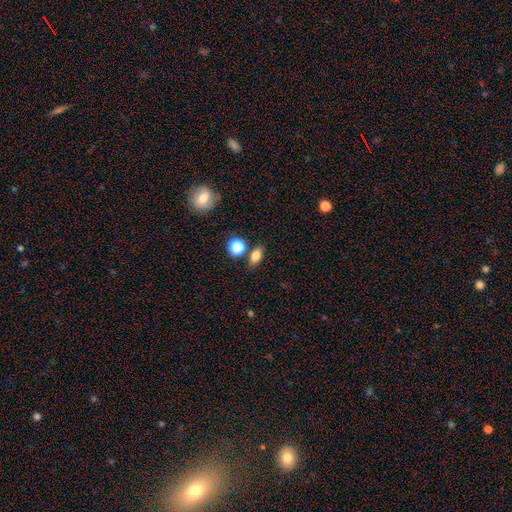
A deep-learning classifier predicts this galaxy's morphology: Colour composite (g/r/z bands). It shows a smooth galaxy with no disk features (79%) that is in between round and cigar-shaped (76%). Merging: none (78%).